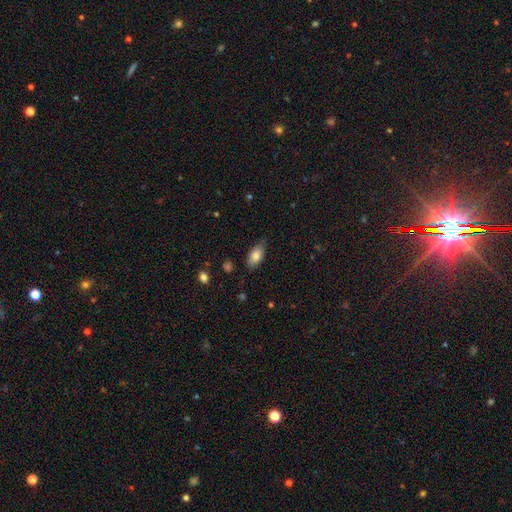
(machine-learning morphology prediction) Smooth or featured? Predicted: smooth (p=0.81). How rounded? Predicted: in between (p=0.89). Merging? Predicted: none (p=0.79).